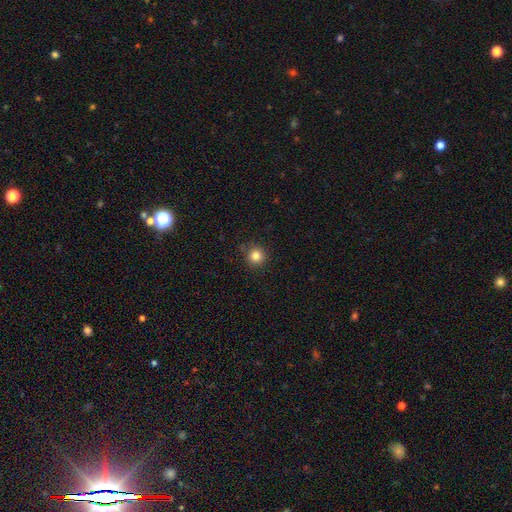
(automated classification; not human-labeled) Smooth or featured?
  - smooth: 83% *
  - star or artifact: 12%
  - featured or disk: 5%
How rounded?
  - round: 94% *
  - in between: 5%
  - cigar-shaped: 1%
Merging?
  - none: 86% *
  - minor disturbance: 10%
  - major disturbance: 2%
  - merger: 1%